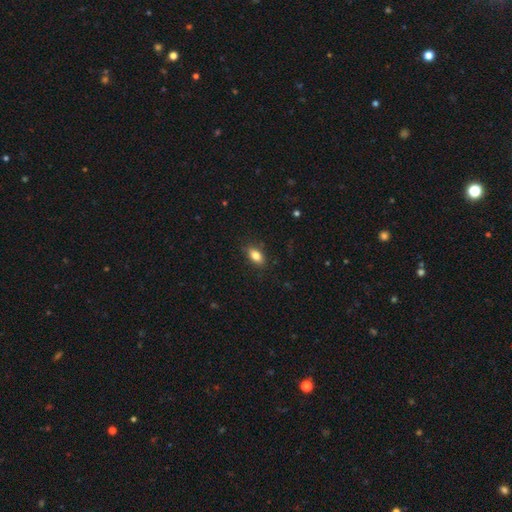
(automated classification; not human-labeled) This appears to be a smooth galaxy with no disk features (83%) that is in between round and cigar-shaped (87%). Merging: none (85%).